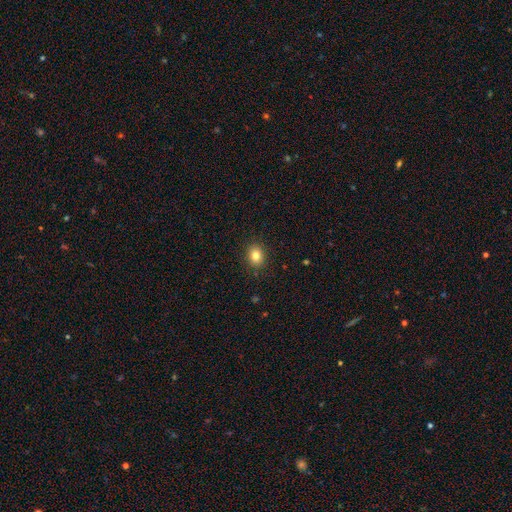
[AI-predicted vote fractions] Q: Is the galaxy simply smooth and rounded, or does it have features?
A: smooth — 82%.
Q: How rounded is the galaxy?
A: round — 53%.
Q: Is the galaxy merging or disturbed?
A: none — 90%.